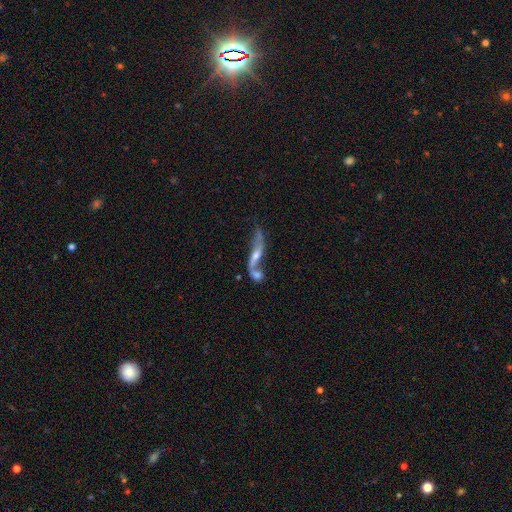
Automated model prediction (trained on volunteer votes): Overall: featured or disk (75%). Edge-on disk: no (64%; yes 36%). Merging: merger (40%; none 34%).